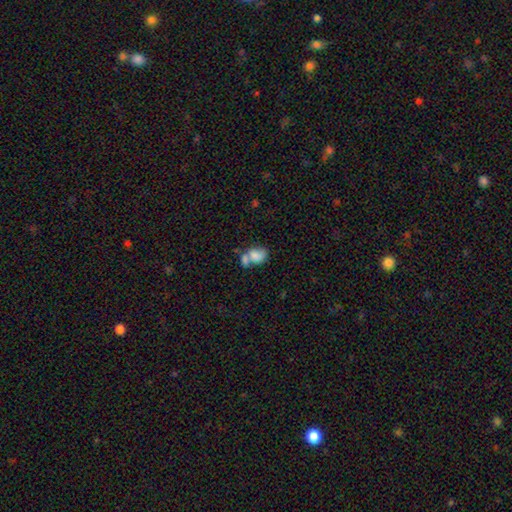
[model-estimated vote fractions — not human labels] smooth_or_featured: smooth (p=0.75) [alt: featured or disk p=0.16]
how_rounded: in between (p=0.73) [alt: round p=0.26]
merging: merger (p=0.55) [alt: none p=0.26]